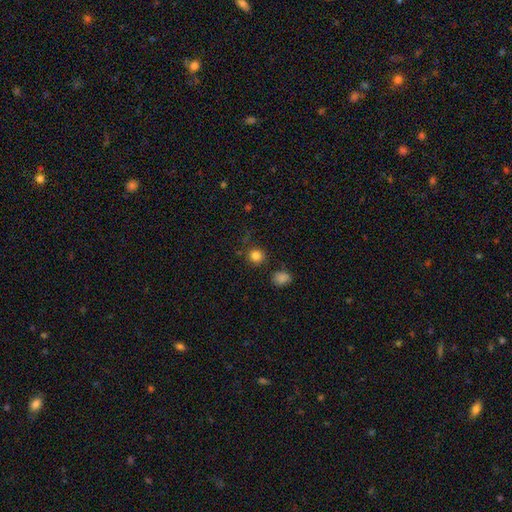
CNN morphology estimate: Smooth or featured: smooth — 83% (star or artifact — 12%)
How rounded: round — 90% (in between — 9%)
Merging: none — 82% (minor disturbance — 10%)